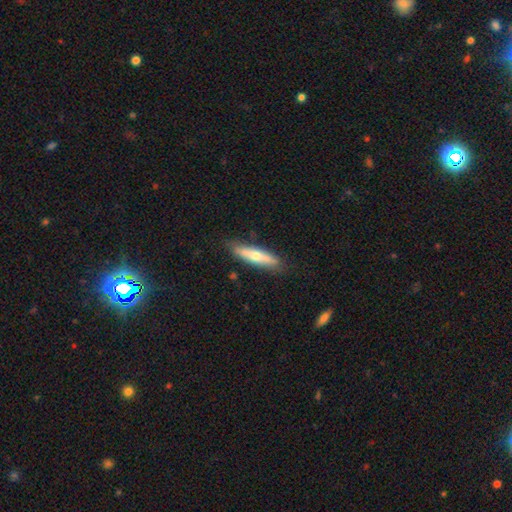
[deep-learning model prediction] This appears to be a smooth galaxy with no disk features (56%) that is cigar-shaped (78%). Merging: none (82%).